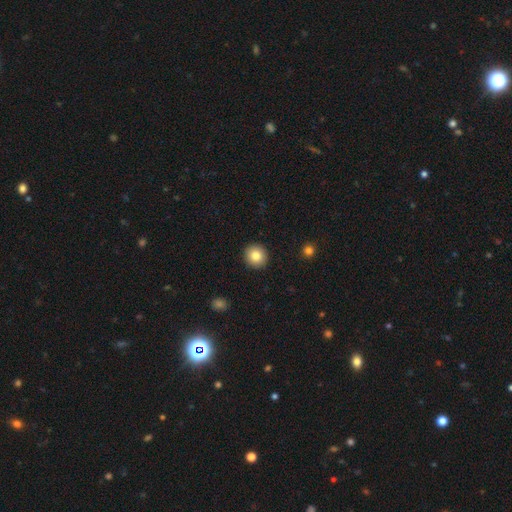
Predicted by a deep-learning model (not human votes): Smooth or featured? Predicted: smooth (p=0.83). How rounded? Predicted: round (p=0.92). Merging? Predicted: none (p=0.93).